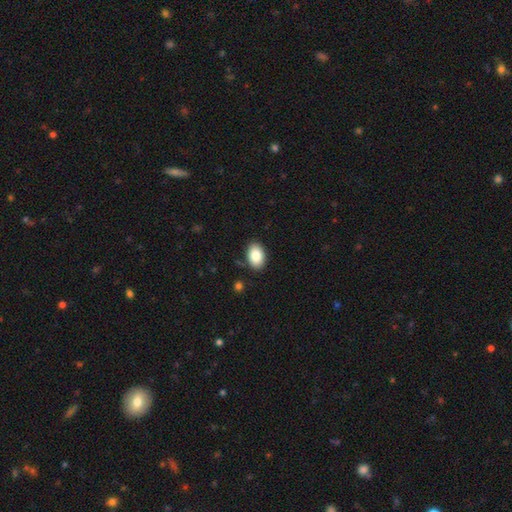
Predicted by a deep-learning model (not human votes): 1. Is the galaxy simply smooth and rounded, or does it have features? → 86% smooth, 7% featured or disk, 7% star or artifact.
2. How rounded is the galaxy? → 89% in between, 10% round, 1% cigar-shaped.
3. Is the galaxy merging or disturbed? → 86% none, 10% minor disturbance, 2% major disturbance, 2% merger.